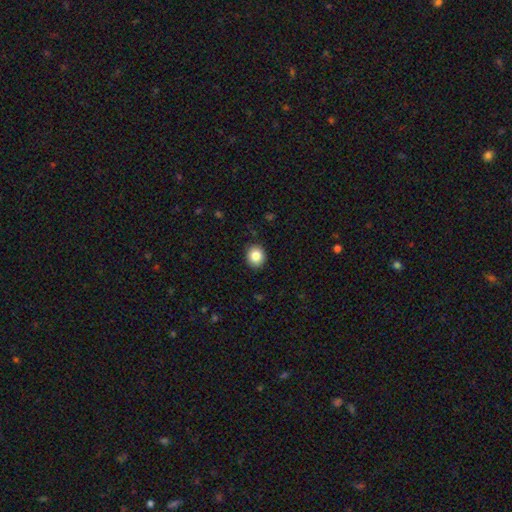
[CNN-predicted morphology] A smooth galaxy with no disk features (85%) that is round (77%). Merging: none (90%).